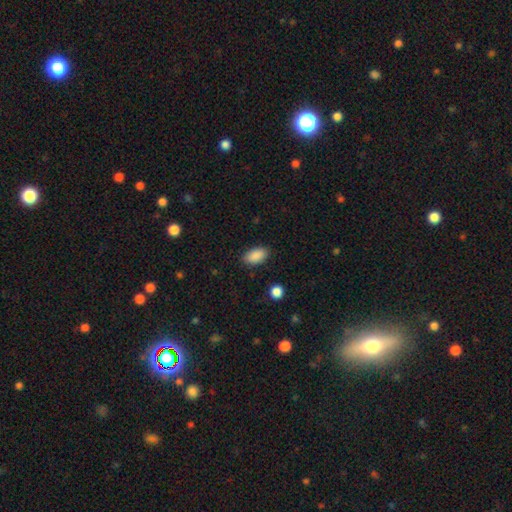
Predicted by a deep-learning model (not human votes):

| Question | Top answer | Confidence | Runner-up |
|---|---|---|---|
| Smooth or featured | smooth | 89% | star or artifact (7%) |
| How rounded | in between | 93% | round (4%) |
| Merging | none | 87% | minor disturbance (9%) |